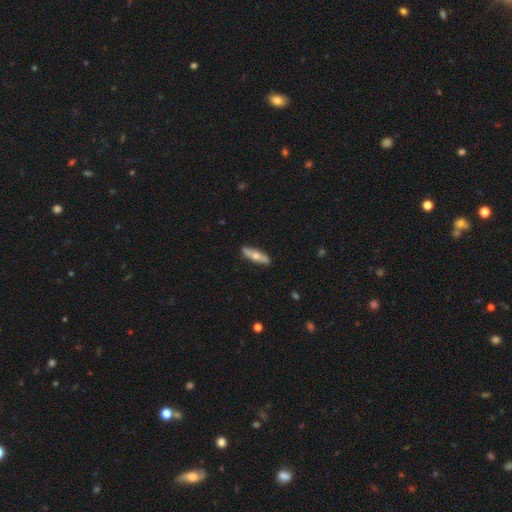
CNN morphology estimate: type=smooth (48%); merging=none (86%).